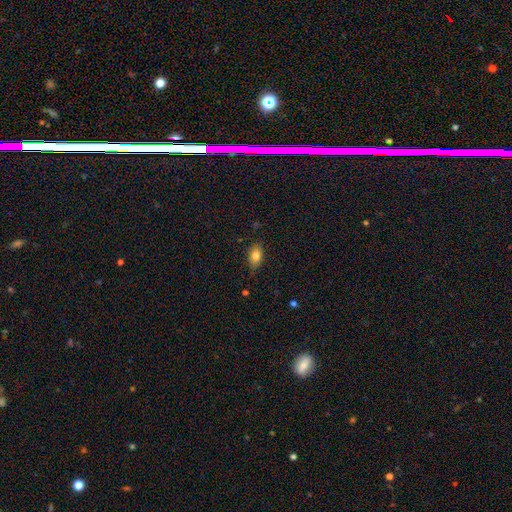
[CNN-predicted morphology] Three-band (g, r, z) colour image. It shows a smooth galaxy with no disk features (82%) that is in between round and cigar-shaped (86%). Merging: none (80%).